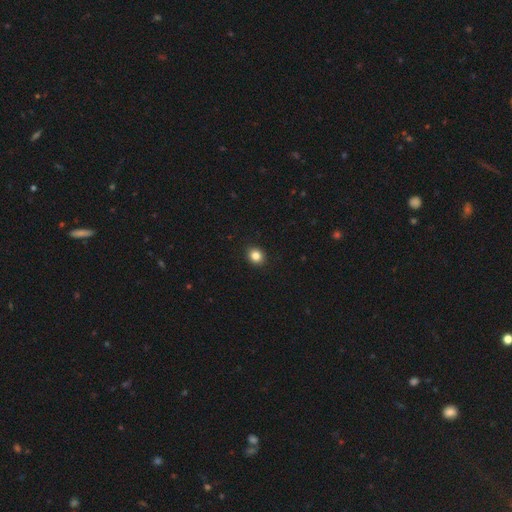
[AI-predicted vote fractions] The model was most divided on "how rounded": round: 69%, in between: 31%, cigar-shaped: 1%. More confident: merging — none (92%); smooth or featured — smooth (85%).